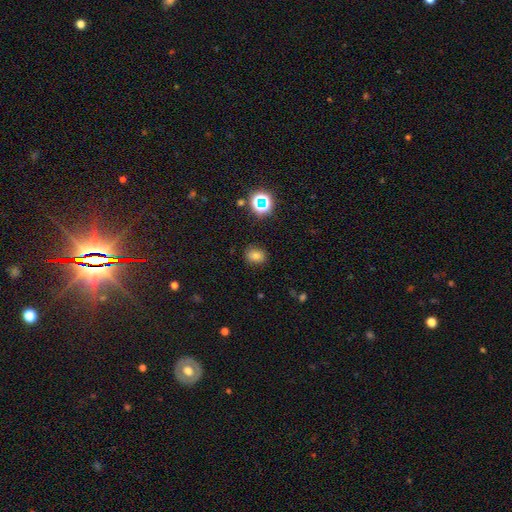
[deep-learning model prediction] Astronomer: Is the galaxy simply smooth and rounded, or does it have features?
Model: smooth — 71%.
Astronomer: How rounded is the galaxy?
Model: in between — 52% (runner-up: round, 47%).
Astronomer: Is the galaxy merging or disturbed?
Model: none — 83%.